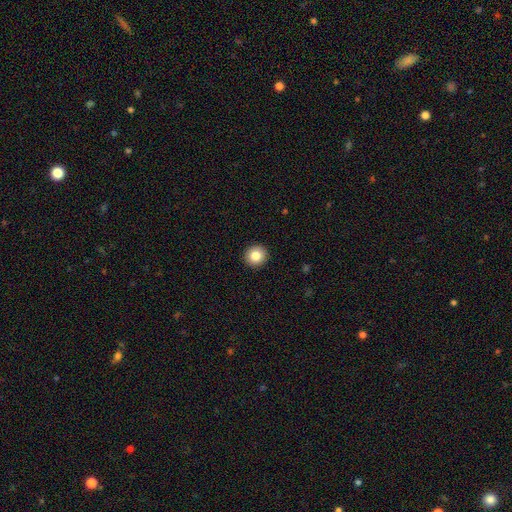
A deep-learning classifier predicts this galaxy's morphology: Smooth or featured?
  - smooth: 84% *
  - star or artifact: 9%
  - featured or disk: 7%
How rounded?
  - round: 94% *
  - in between: 5%
  - cigar-shaped: 1%
Merging?
  - none: 93% *
  - minor disturbance: 4%
  - major disturbance: 1%
  - merger: 1%